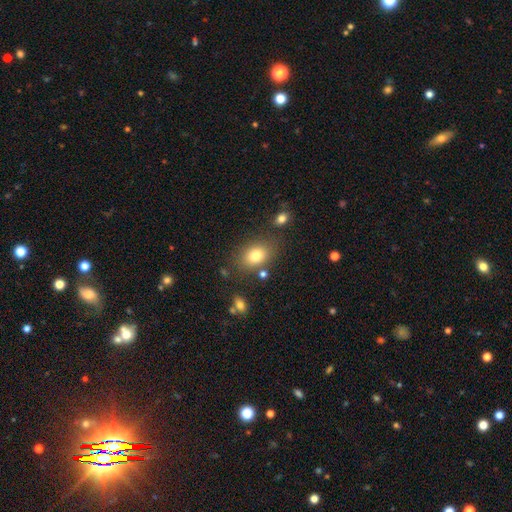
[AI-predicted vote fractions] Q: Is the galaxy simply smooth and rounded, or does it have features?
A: smooth — 79%.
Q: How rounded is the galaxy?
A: in between — 74%.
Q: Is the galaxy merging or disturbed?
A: none — 76%.